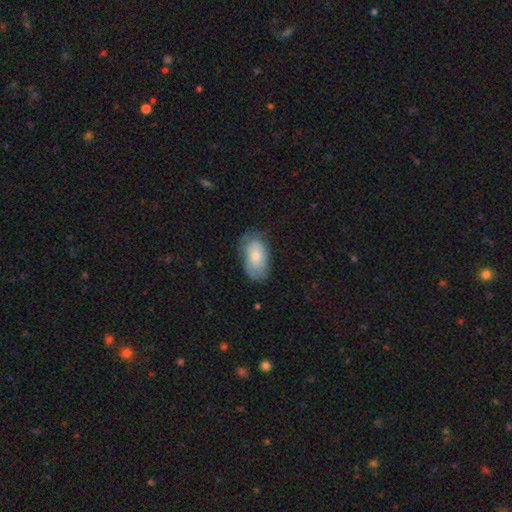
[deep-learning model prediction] smooth-or-featured: smooth: 68% | featured or disk: 26% | star or artifact: 6%
  how-rounded: in between: 92% | round: 6% | cigar-shaped: 2%
  merging: none: 66% | minor disturbance: 25% | major disturbance: 8% | merger: 1%